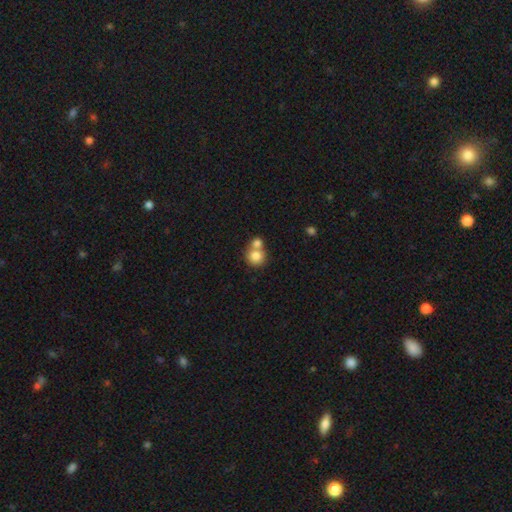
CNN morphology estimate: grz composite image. It shows a smooth galaxy with no disk features (80%) that is round (85%). Merging: merger (53%).